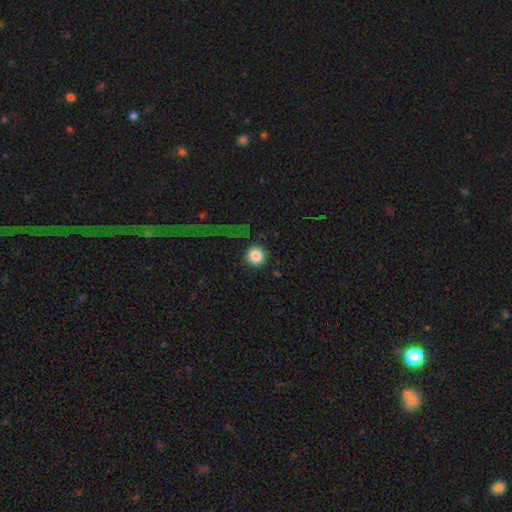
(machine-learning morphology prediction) Q: Smooth or featured?
A: smooth (85%); runner-up: star or artifact (9%)
Q: How rounded?
A: round (96%); runner-up: in between (3%)
Q: Merging?
A: none (84%); runner-up: minor disturbance (8%)